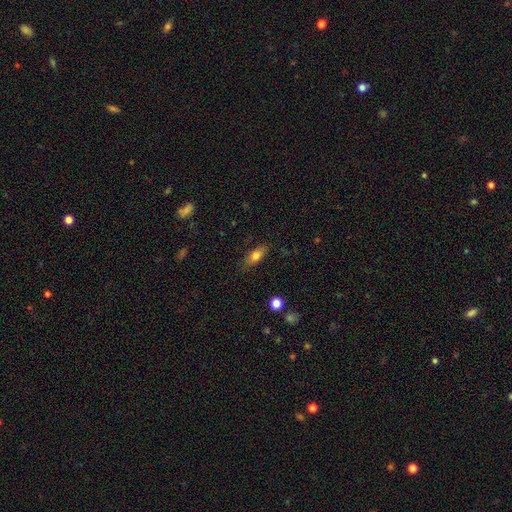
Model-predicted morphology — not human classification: smooth 76%, featured or disk 16%, star or artifact 8%. Down the decision tree: how rounded — in between (76%); merging — none (82%).